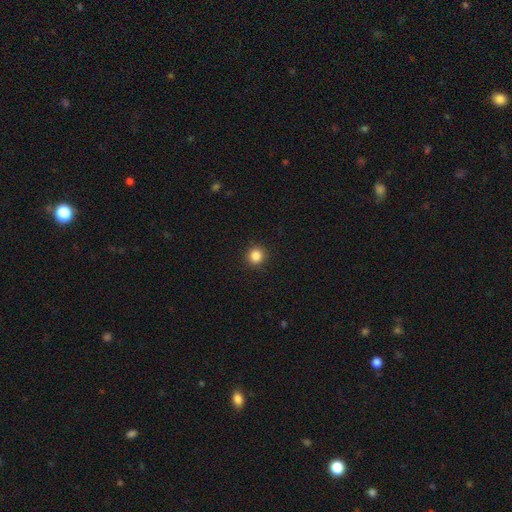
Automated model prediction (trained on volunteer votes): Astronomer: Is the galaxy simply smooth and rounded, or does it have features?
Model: smooth — 86%.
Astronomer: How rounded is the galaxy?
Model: round — 93%.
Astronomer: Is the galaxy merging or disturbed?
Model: none — 92%.